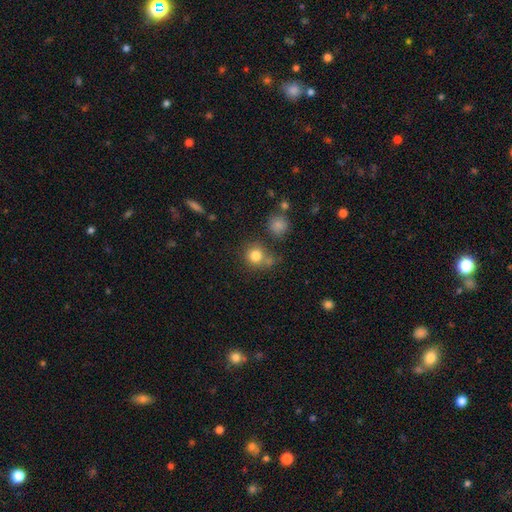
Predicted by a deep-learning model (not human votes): Smooth or featured? Predicted: smooth (p=0.81). How rounded? Predicted: round (p=0.89). Merging? Predicted: none (p=0.64).